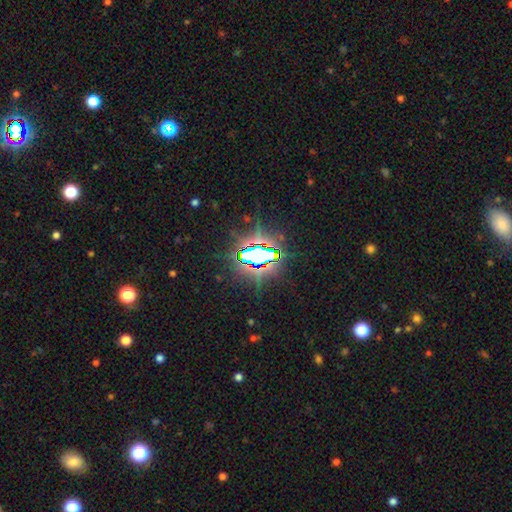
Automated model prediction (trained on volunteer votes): This is likely a star or artifact rather than a galaxy (77%).